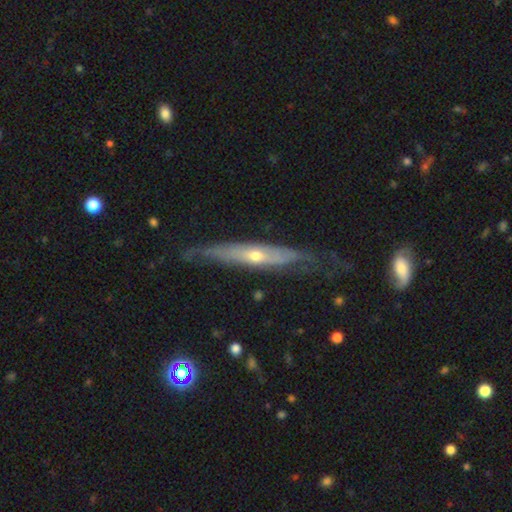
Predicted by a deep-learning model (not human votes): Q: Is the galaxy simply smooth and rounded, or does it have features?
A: featured or disk — 74%.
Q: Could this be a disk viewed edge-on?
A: yes — 72%.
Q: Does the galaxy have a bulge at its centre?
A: rounded — 76%.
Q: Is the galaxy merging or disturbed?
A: none — 67%.